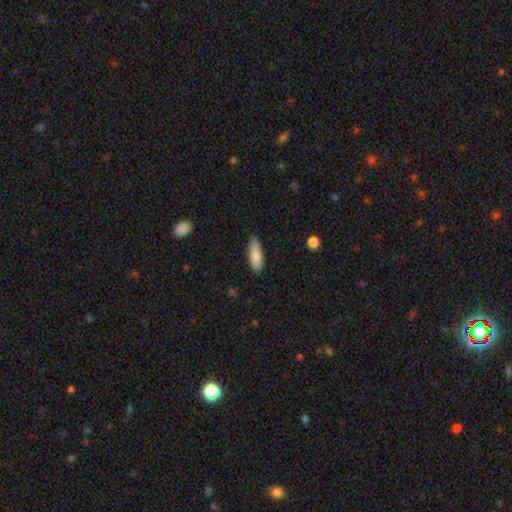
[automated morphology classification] Smooth or featured: smooth — 79% (featured or disk — 15%)
How rounded: in between — 72% (cigar-shaped — 26%)
Merging: none — 74% (minor disturbance — 22%)